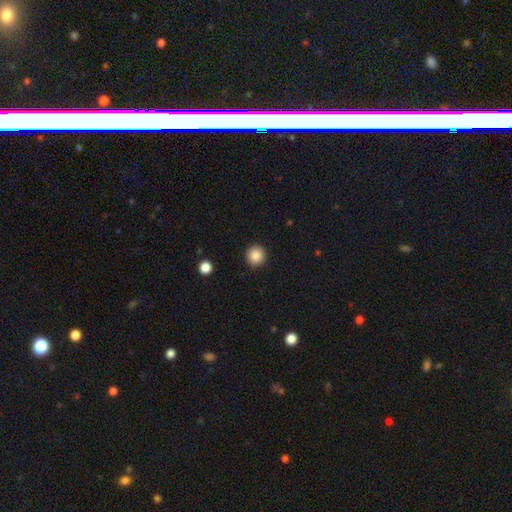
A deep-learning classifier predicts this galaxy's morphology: smooth-or-featured: smooth: 87% | star or artifact: 9% | featured or disk: 4%
  how-rounded: round: 95% | in between: 4% | cigar-shaped: 1%
  merging: none: 93% | minor disturbance: 4% | major disturbance: 2% | merger: 1%